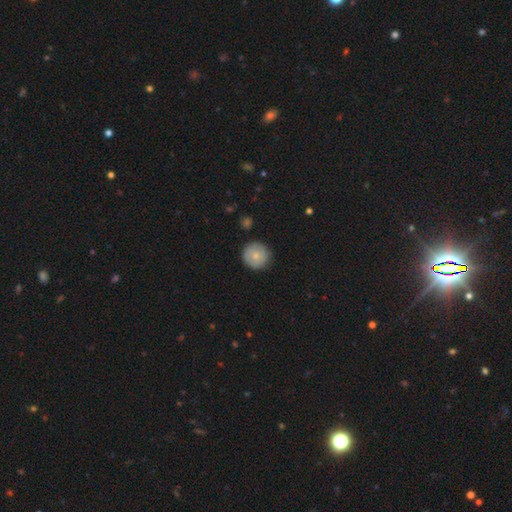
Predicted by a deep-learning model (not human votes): This appears to be a smooth galaxy with no disk features (74%) that is round (95%). Merging: none (88%).